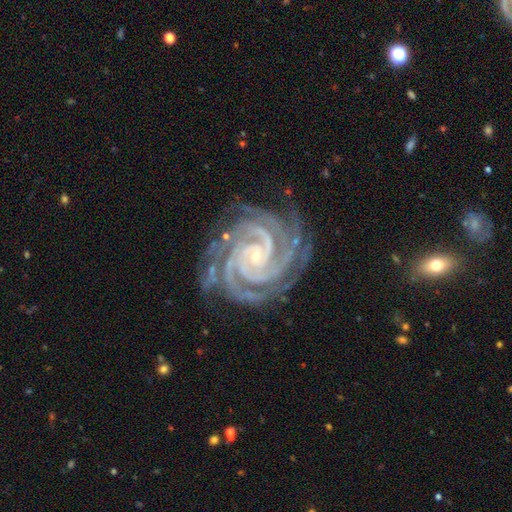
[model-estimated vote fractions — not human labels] Smooth or featured?
  - featured or disk: 94% *
  - star or artifact: 4%
  - smooth: 2%
Edge-on disk?
  - no: 98% *
  - yes: 2%
Bar?
  - no: 62% *
  - weak: 22%
  - strong: 16%
Spiral arms?
  - yes: 99% *
  - no: 1%
Spiral winding?
  - tight: 84% *
  - medium: 14%
  - loose: 1%
Spiral arm count?
  - 4: 31% *
  - 3: 23%
  - more than 4: 17%
  - 2: 13%
  - can't tell: 9%
  - 1: 8%
Bulge size?
  - small: 86% *
  - moderate: 11%
  - none: 2%
  - large: 1%
  - dominant: 1%
Merging?
  - none: 79% *
  - minor disturbance: 15%
  - major disturbance: 5%
  - merger: 1%